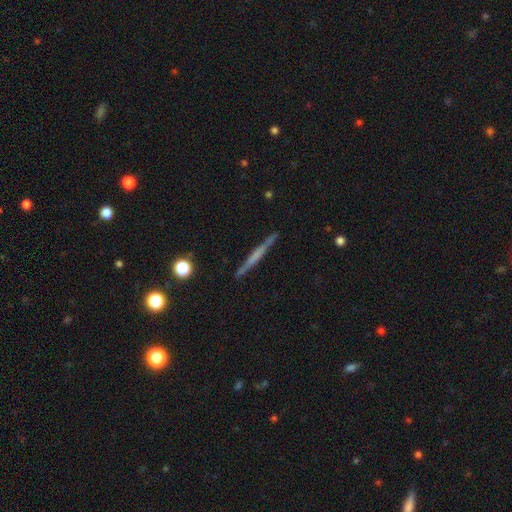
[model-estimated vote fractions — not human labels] The model was most divided on "smooth or featured": featured or disk: 55%, smooth: 38%, star or artifact: 7%. More confident: edge-on disk — yes (97%); merging — none (89%); edge-on bulge — none (73%).